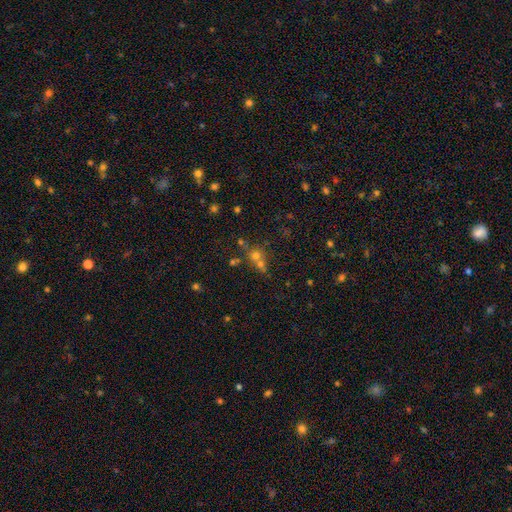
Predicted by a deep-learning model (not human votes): Overall: smooth (56%; star or artifact 28%). How rounded: round (84%). Merging: none (46%; merger 43%).